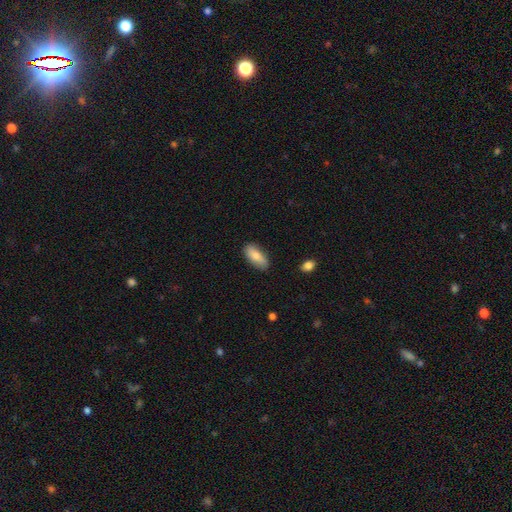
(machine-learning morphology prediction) The model was most divided on "smooth or featured": smooth: 78%, featured or disk: 16%, star or artifact: 6%. More confident: how rounded — in between (84%); merging — none (83%).